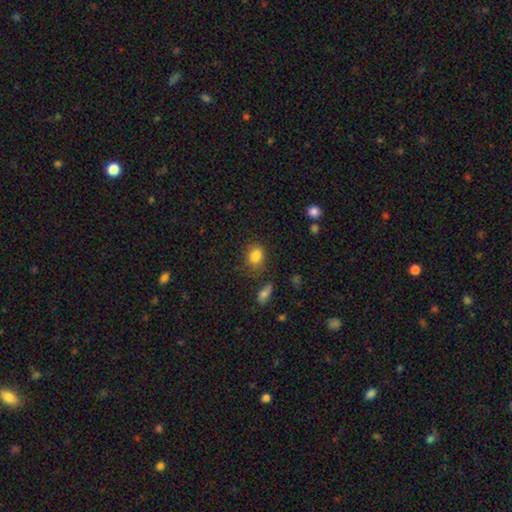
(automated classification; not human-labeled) Smooth or featured: smooth — 82% (star or artifact — 11%)
How rounded: in between — 70% (round — 28%)
Merging: none — 64% (minor disturbance — 19%)